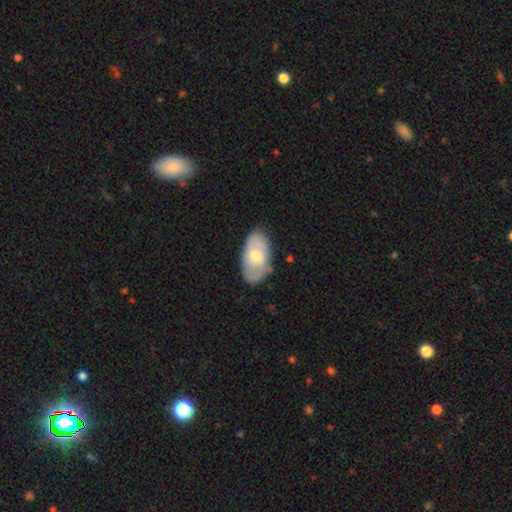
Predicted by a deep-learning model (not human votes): This appears to be a smooth galaxy with no disk features (56%) that is in between round and cigar-shaped (94%). Merging: none (74%).